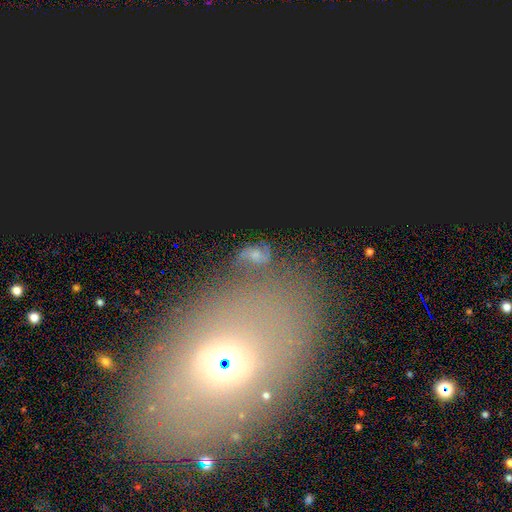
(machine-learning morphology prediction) Smooth or featured?
  - featured or disk: 50% *
  - star or artifact: 31%
  - smooth: 19%
Edge-on disk?
  - no: 93% *
  - yes: 7%
Merging?
  - none: 49% *
  - major disturbance: 21%
  - minor disturbance: 17%
  - merger: 13%